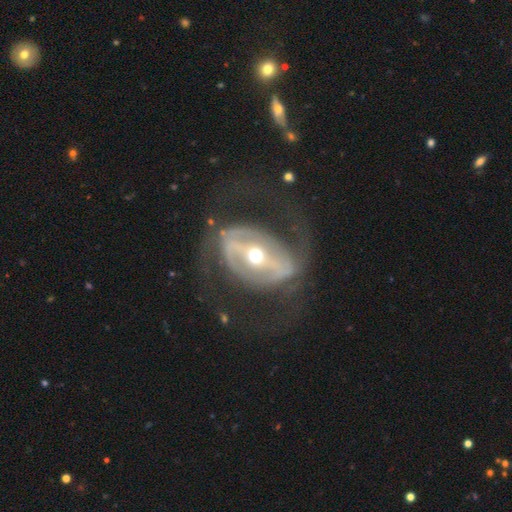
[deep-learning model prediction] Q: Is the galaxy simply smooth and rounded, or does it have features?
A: featured or disk — 83%.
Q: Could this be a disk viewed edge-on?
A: no — 93%.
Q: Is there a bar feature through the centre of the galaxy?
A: strong — 65%.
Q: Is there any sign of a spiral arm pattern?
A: yes — 62%.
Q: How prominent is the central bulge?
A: moderate — 74%.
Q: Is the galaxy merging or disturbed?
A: none — 58%.